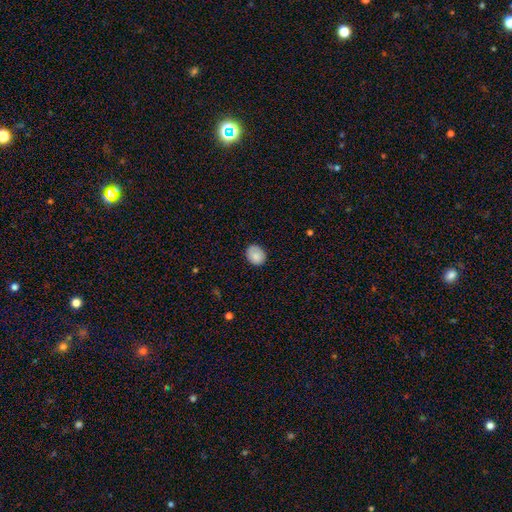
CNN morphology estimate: Smooth or featured: smooth — 84% (featured or disk — 8%)
How rounded: round — 58% (in between — 41%)
Merging: none — 82% (minor disturbance — 14%)